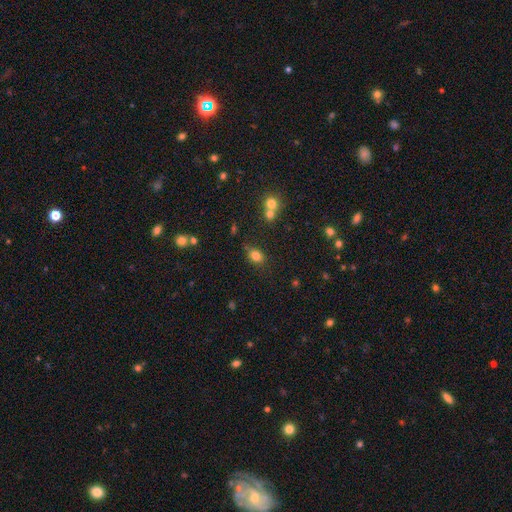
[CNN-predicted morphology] This appears to be a smooth galaxy with no disk features (81%) that is in between round and cigar-shaped (61%). Merging: none (71%).